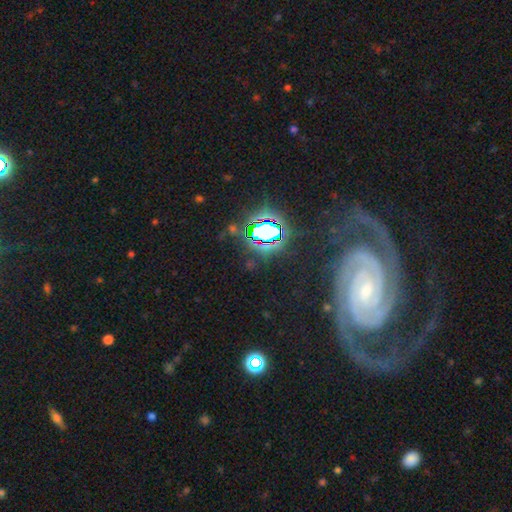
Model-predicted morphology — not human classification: featured or disk 84%, star or artifact 11%, smooth 5%. Down the decision tree: edge-on disk — no (97%); bar — no (63%); spiral arms — yes (98%); spiral arm count — 2 (83%); spiral winding — tight (64%); bulge size — small (79%); merging — none (77%).